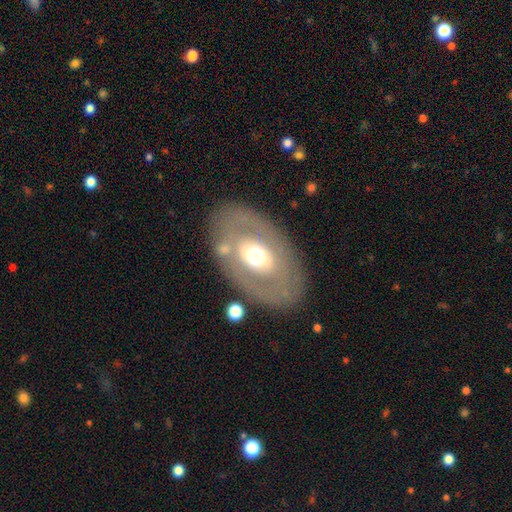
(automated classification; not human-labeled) Overall: featured or disk (56%; smooth 37%). Edge-on disk: no (89%). Bar: no (81%). Spiral arms: no (87%). Bulge size: moderate (60%; large 28%). Merging: none (78%).